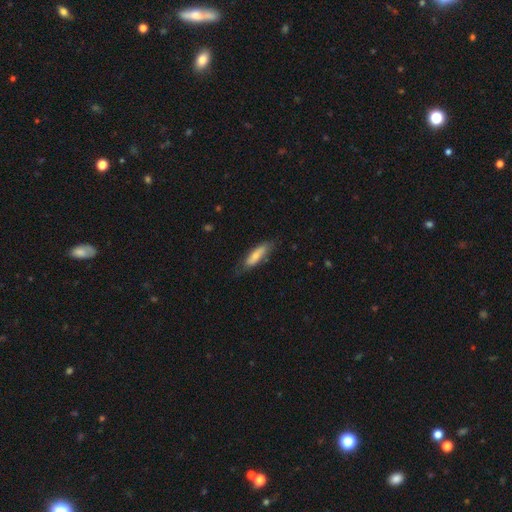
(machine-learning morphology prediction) This is likely a smooth galaxy (69%). How rounded: possibly cigar-shaped (57%). Merging: likely none (69%).